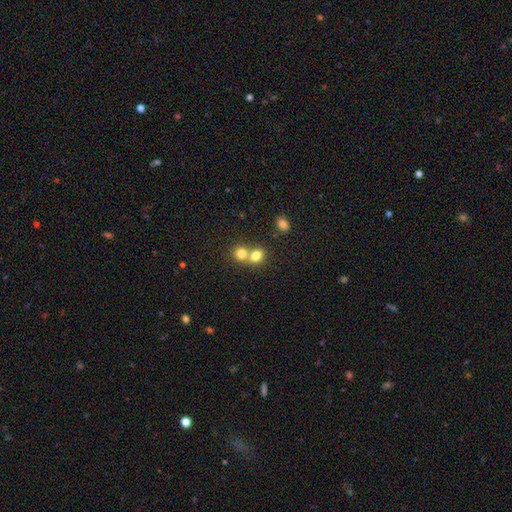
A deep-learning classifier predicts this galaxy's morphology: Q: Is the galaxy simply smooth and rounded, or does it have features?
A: smooth — 78%.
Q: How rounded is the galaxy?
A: round — 60%.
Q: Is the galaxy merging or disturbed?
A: merger — 58%.